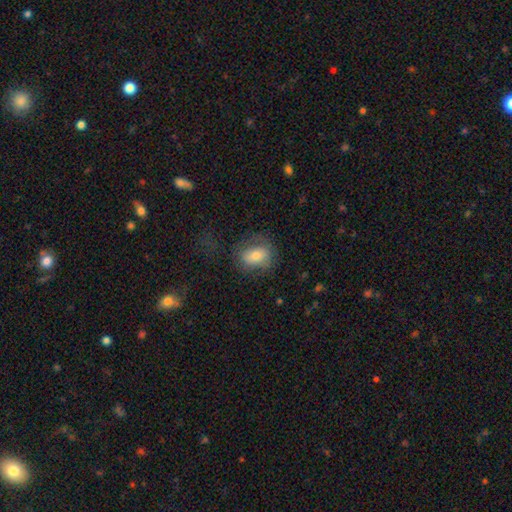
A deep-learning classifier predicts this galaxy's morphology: This appears to be a smooth galaxy with no disk features (70%) that is in between round and cigar-shaped (66%). Merging: none (60%).